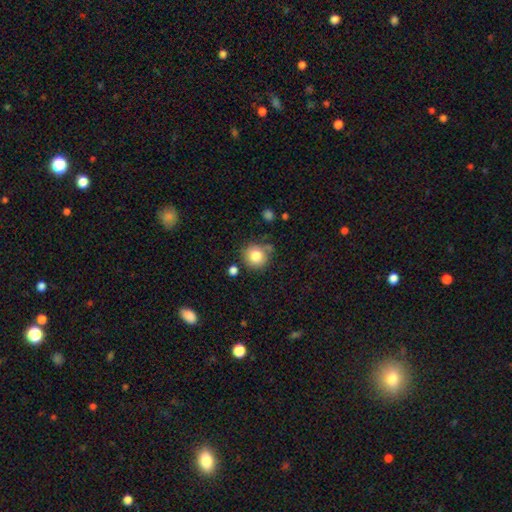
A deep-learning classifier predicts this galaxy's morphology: type=smooth (82%); roundness=round (91%); merging=none (75%).